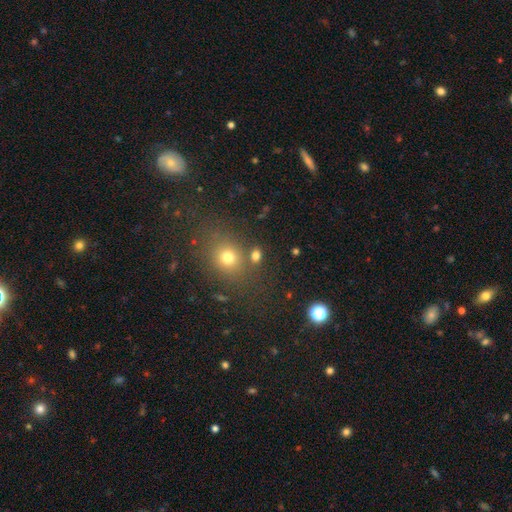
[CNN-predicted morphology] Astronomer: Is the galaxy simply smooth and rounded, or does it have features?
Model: smooth — 72%.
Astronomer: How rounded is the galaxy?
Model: in between — 51% (runner-up: round, 47%).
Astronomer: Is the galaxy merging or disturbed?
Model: none — 71%.